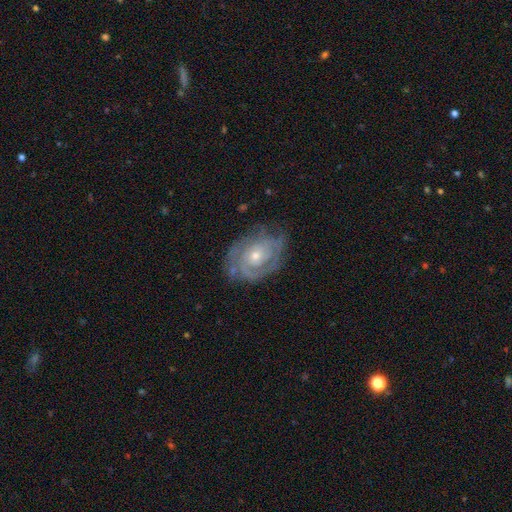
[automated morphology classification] type=featured or disk (84%); edge-on=no (96%); bar=no (75%); spiral arms=yes (92%); winding=tight (68%); arm count=can't tell (33%); bulge=small (51%); merging=none (69%).